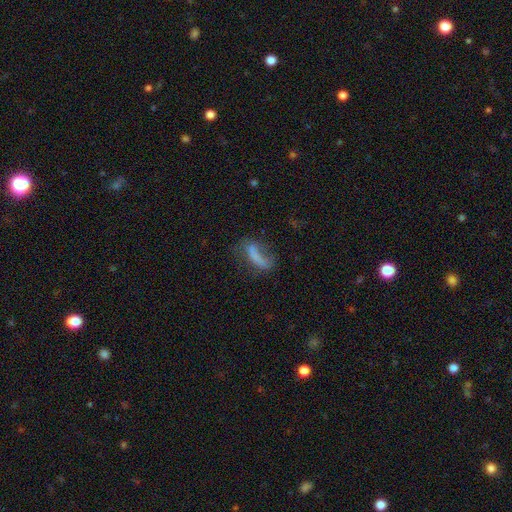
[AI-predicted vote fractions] smooth_or_featured: smooth (p=0.59) [alt: featured or disk p=0.29]
how_rounded: in between (p=0.53) [alt: cigar-shaped p=0.43]
merging: none (p=0.37) [alt: major disturbance p=0.33]